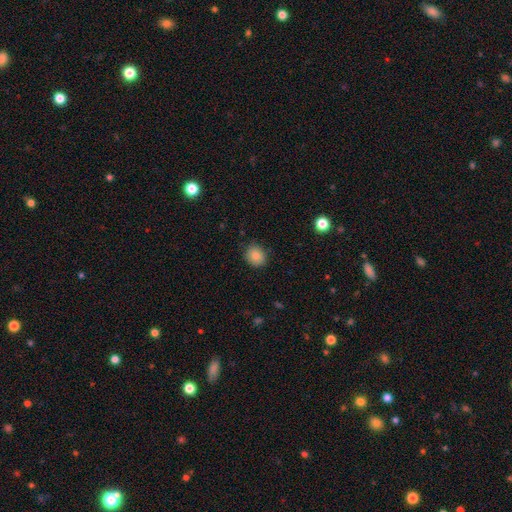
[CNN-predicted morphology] Q: Smooth or featured?
A: smooth (84%); runner-up: star or artifact (9%)
Q: How rounded?
A: round (74%); runner-up: in between (26%)
Q: Merging?
A: none (86%); runner-up: minor disturbance (10%)